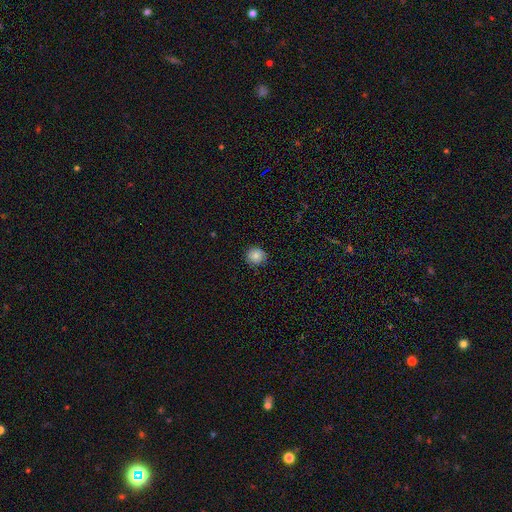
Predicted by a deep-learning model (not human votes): Overall: smooth (85%). How rounded: round (90%). Merging: none (86%).